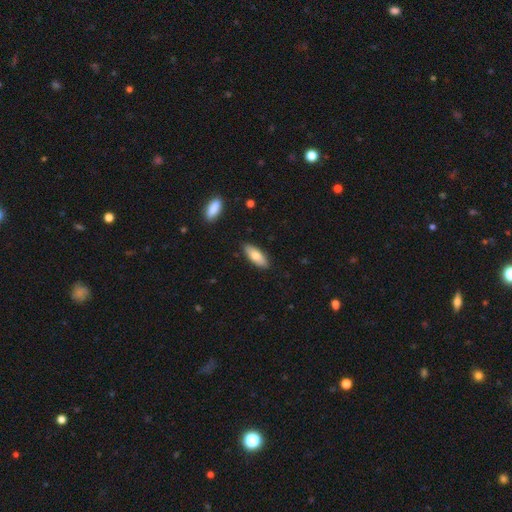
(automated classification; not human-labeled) This is likely a smooth galaxy (78%). How rounded: likely in between (73%). Merging: clearly none (86%).